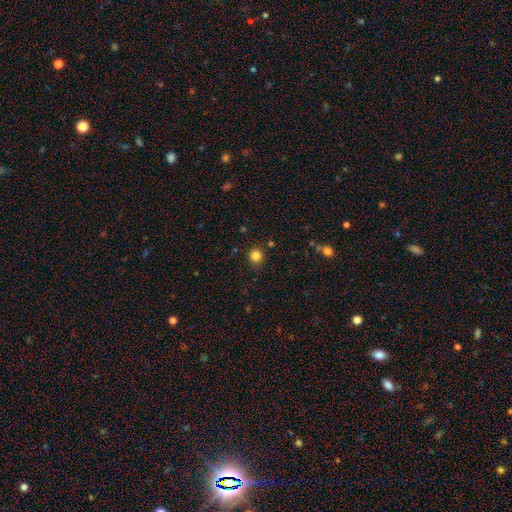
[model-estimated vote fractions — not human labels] smooth_or_featured: smooth (p=0.83) [alt: star or artifact p=0.13]
how_rounded: round (p=0.89) [alt: in between p=0.10]
merging: none (p=0.85) [alt: minor disturbance p=0.10]